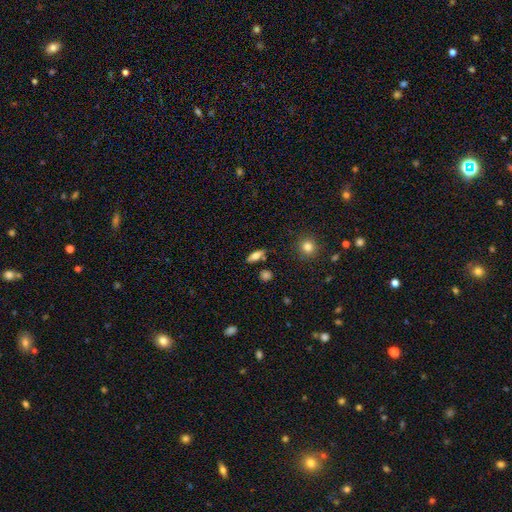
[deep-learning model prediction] smooth-or-featured: smooth: 66% | featured or disk: 25% | star or artifact: 9%
  how-rounded: in between: 66% | cigar-shaped: 28% | round: 5%
  merging: none: 78% | minor disturbance: 12% | merger: 6% | major disturbance: 4%